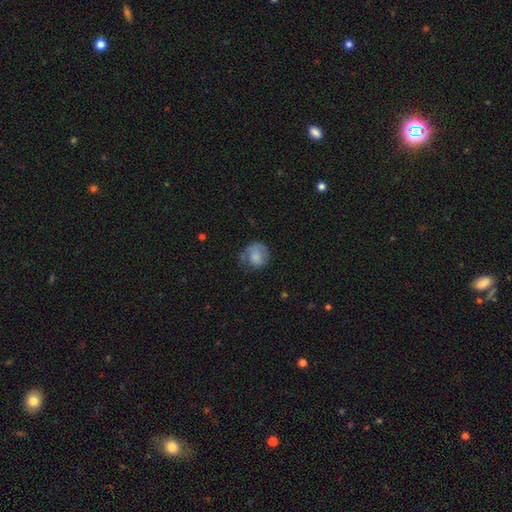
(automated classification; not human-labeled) Smooth or featured: smooth — 72% (featured or disk — 20%)
How rounded: round — 76% (in between — 23%)
Merging: none — 49% (minor disturbance — 30%)